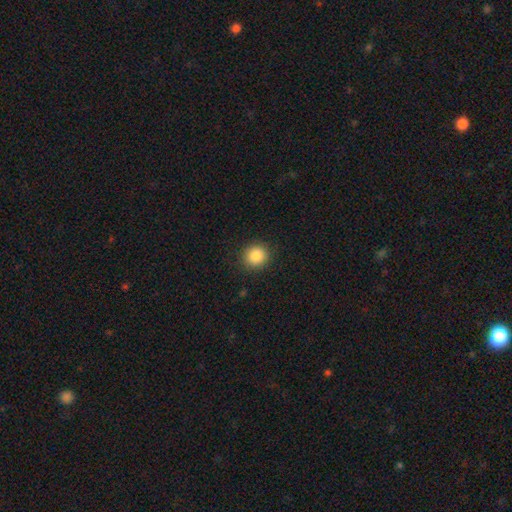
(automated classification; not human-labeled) This appears to be a smooth galaxy with no disk features (86%) that is round (87%). Merging: none (90%).